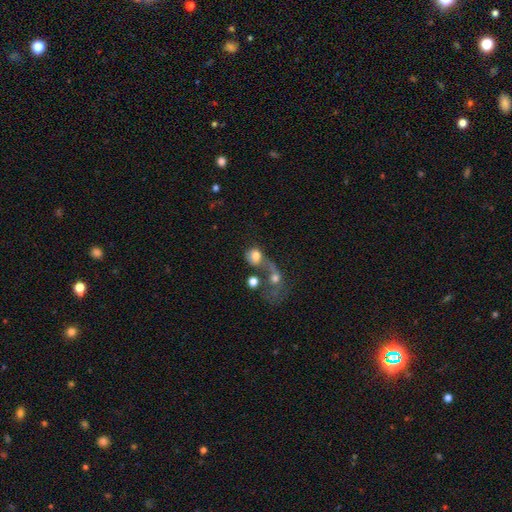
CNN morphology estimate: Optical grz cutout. It shows a smooth galaxy with no disk features (66%) that is round (65%). Merging: merger (52%).